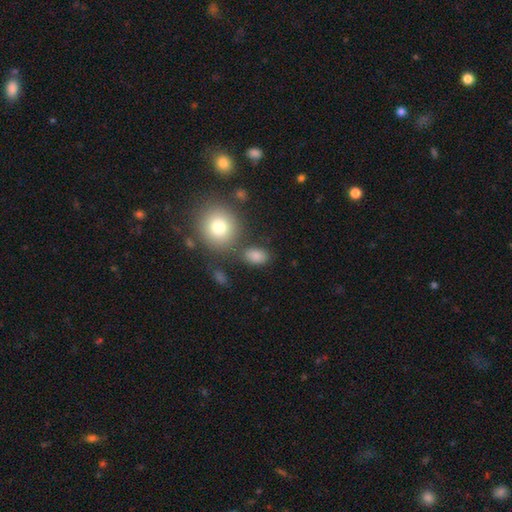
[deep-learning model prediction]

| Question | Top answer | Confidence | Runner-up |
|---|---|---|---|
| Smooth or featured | smooth | 83% | star or artifact (10%) |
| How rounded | in between | 79% | round (18%) |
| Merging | none | 70% | minor disturbance (14%) |